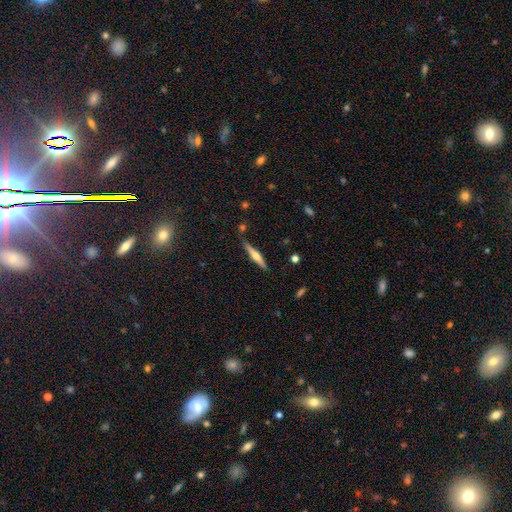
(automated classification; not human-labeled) Overall: featured or disk (59%; smooth 35%). Edge-on disk: yes (97%). Edge-on bulge: rounded (83%). Merging: none (86%).